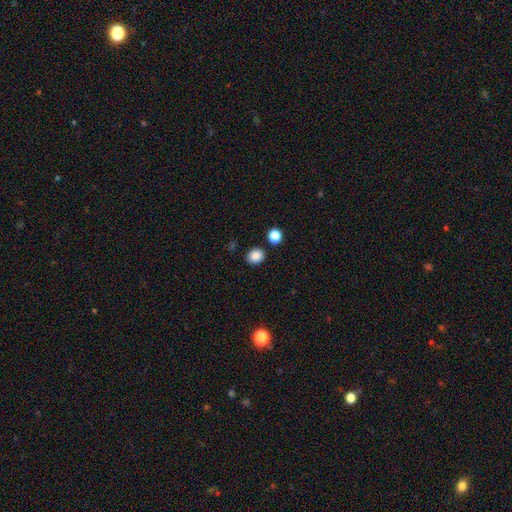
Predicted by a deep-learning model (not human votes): smooth 86%, star or artifact 10%, featured or disk 3%. Down the decision tree: how rounded — round (59%); merging — none (85%).